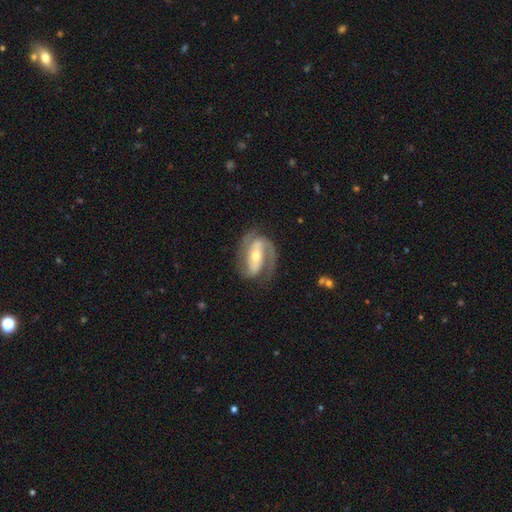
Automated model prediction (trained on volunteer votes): Q: Smooth or featured?
A: featured or disk (86%); runner-up: smooth (9%)
Q: Edge-on disk?
A: no (96%); runner-up: yes (4%)
Q: Bar?
A: strong (53%); runner-up: weak (26%)
Q: Spiral arms?
A: yes (94%); runner-up: no (6%)
Q: Spiral winding?
A: medium (49%); runner-up: tight (33%)
Q: Spiral arm count?
A: 2 (83%); runner-up: 1 (7%)
Q: Bulge size?
A: moderate (52%); runner-up: small (42%)
Q: Merging?
A: none (72%); runner-up: minor disturbance (16%)